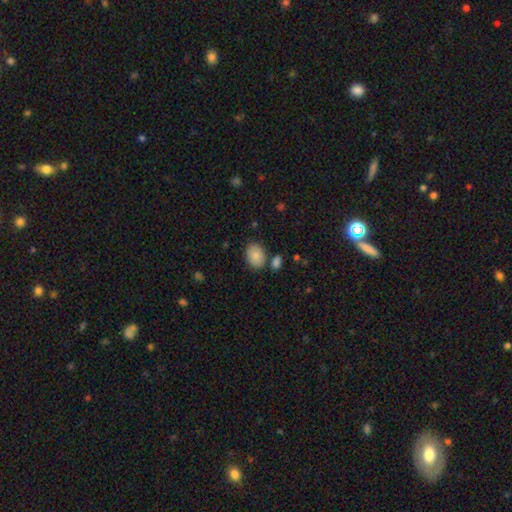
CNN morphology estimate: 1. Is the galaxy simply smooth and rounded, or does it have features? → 86% smooth, 7% star or artifact, 7% featured or disk.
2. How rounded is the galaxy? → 76% in between, 23% round, 1% cigar-shaped.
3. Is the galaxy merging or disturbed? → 76% none, 12% minor disturbance, 9% merger, 3% major disturbance.